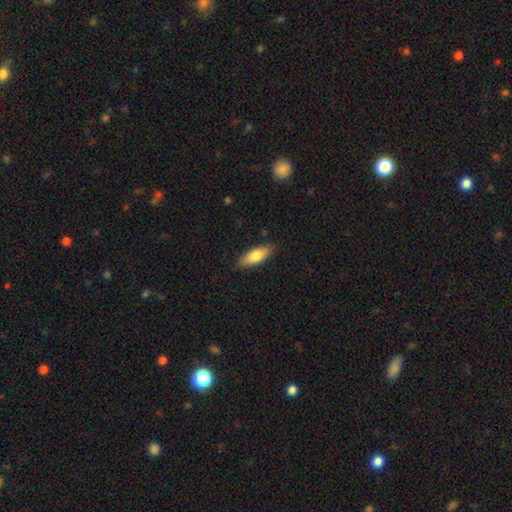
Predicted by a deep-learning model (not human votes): smooth-or-featured: smooth: 79% | featured or disk: 15% | star or artifact: 6%
  how-rounded: in between: 71% | cigar-shaped: 27% | round: 2%
  merging: none: 86% | minor disturbance: 11% | major disturbance: 2% | merger: 1%